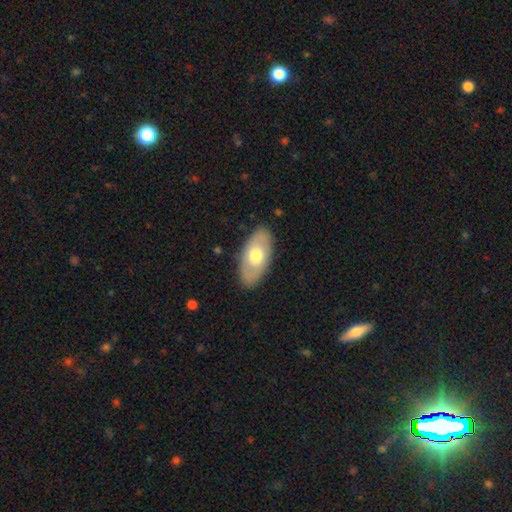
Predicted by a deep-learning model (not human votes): smooth_or_featured: smooth (p=0.57) [alt: featured or disk p=0.38]
how_rounded: in between (p=0.92) [alt: cigar-shaped p=0.05]
merging: none (p=0.85) [alt: minor disturbance p=0.11]